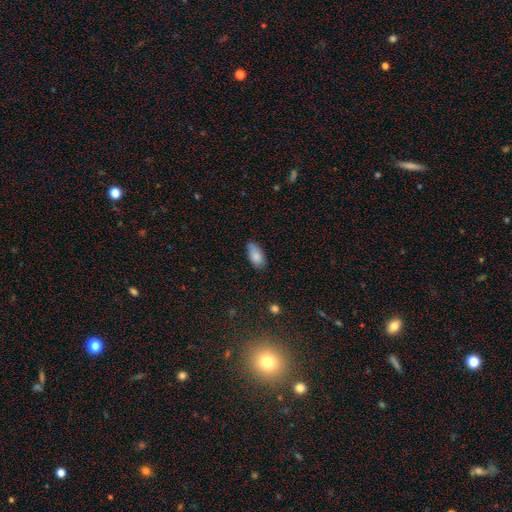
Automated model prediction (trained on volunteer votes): A smooth galaxy with no disk features (85%) that is in between round and cigar-shaped (91%).

Vote fractions:
- Smooth or featured? smooth: 85% / featured or disk: 8% / star or artifact: 7%
- How rounded? in between: 91% / cigar-shaped: 6% / round: 3%
- Merging? none: 69% / minor disturbance: 25% / major disturbance: 4% / merger: 2%